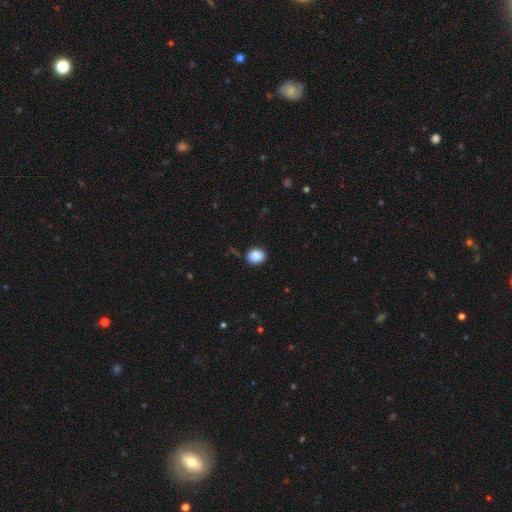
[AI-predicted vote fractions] This appears to be a smooth galaxy with no disk features (88%) that is round (53%). Merging: none (85%).